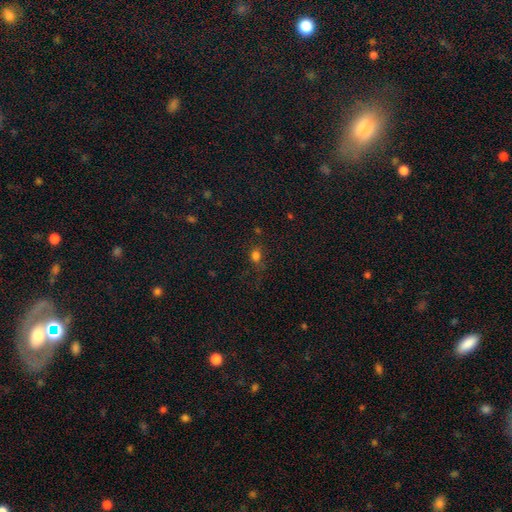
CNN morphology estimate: smooth 72%, star or artifact 21%, featured or disk 7%. Down the decision tree: how rounded — round (56%); merging — none (64%).